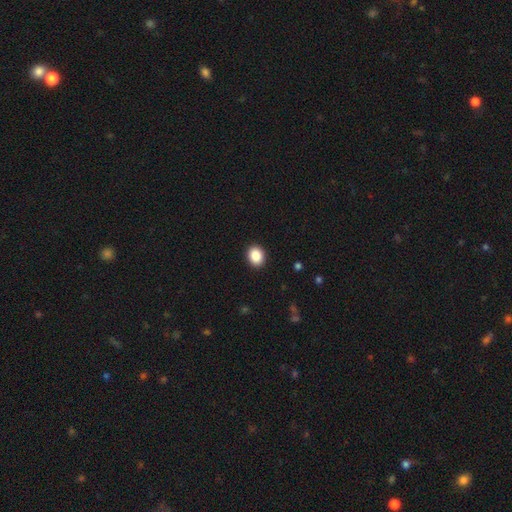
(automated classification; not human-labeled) Q: Smooth or featured?
A: smooth (88%); runner-up: star or artifact (8%)
Q: How rounded?
A: in between (50%); runner-up: round (49%)
Q: Merging?
A: none (92%); runner-up: minor disturbance (6%)